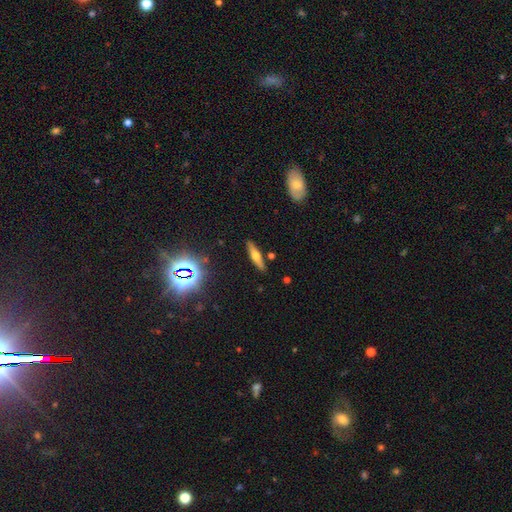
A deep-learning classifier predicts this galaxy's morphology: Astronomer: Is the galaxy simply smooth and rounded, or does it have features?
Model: featured or disk — 45% (runner-up: smooth, 43%).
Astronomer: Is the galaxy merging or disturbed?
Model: none — 86%.